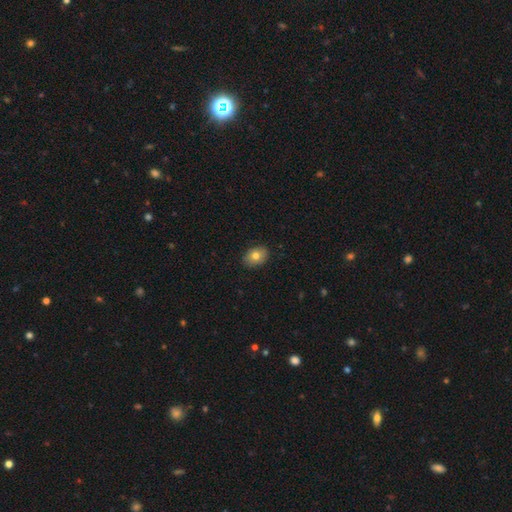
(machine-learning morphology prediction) A smooth galaxy with no disk features (78%) that is in between round and cigar-shaped (75%). Merging: none (88%).